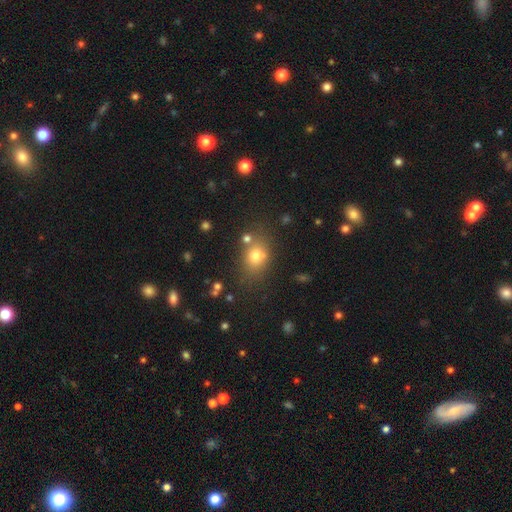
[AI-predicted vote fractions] Smooth or featured? Predicted: smooth (p=0.73). How rounded? Predicted: in between (p=0.55). Merging? Predicted: none (p=0.68).